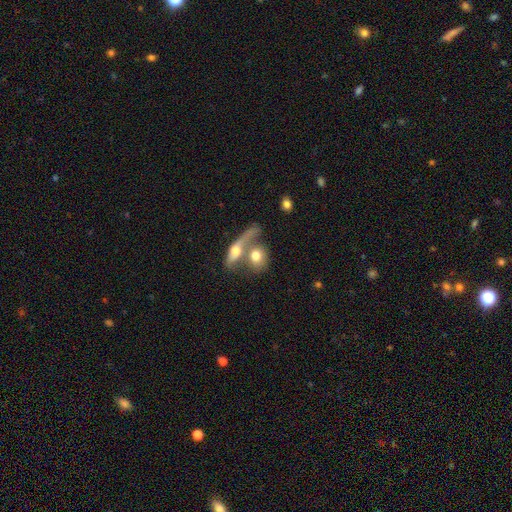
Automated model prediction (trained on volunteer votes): This is likely a smooth galaxy (63%). How rounded: possibly in between (49%). Merging: possibly merger (60%).